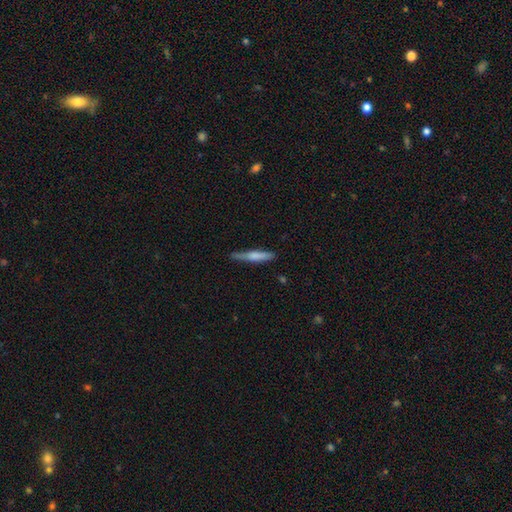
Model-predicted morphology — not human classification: The model was most divided on "smooth or featured": smooth: 61%, featured or disk: 33%, star or artifact: 6%. More confident: how rounded — cigar-shaped (91%); merging — none (76%).